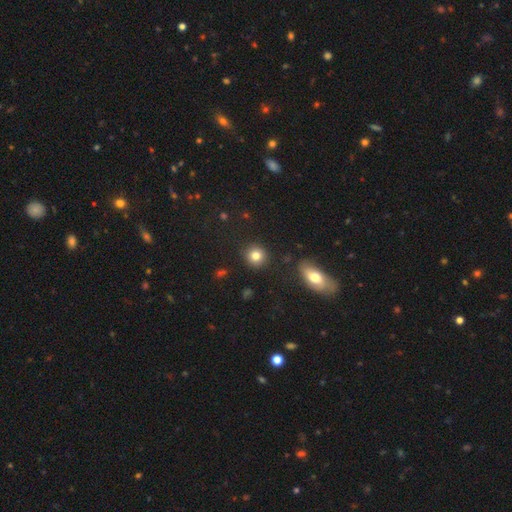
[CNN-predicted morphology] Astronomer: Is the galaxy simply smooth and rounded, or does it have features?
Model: smooth — 83%.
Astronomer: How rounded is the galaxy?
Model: round — 90%.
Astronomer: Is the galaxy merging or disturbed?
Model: none — 88%.